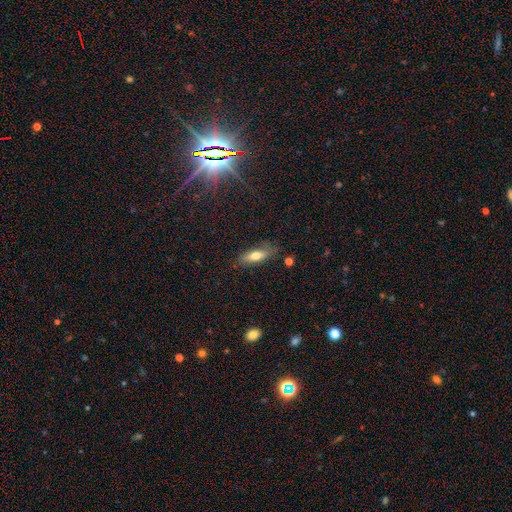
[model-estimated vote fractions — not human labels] A smooth galaxy with no disk features (68%) that is cigar-shaped (50%).

Vote fractions:
- Smooth or featured? smooth: 68% / featured or disk: 24% / star or artifact: 8%
- How rounded? cigar-shaped: 50% / in between: 47% / round: 2%
- Merging? none: 80% / minor disturbance: 15% / major disturbance: 3% / merger: 2%